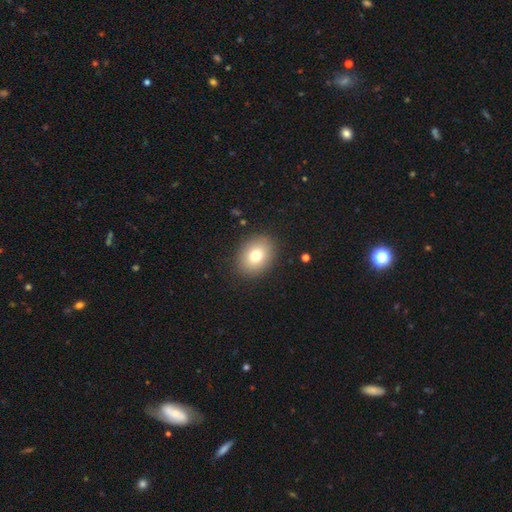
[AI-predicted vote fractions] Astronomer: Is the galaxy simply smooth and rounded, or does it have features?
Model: smooth — 77%.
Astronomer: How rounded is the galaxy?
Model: in between — 56% (runner-up: round, 43%).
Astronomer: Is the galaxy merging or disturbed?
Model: none — 89%.